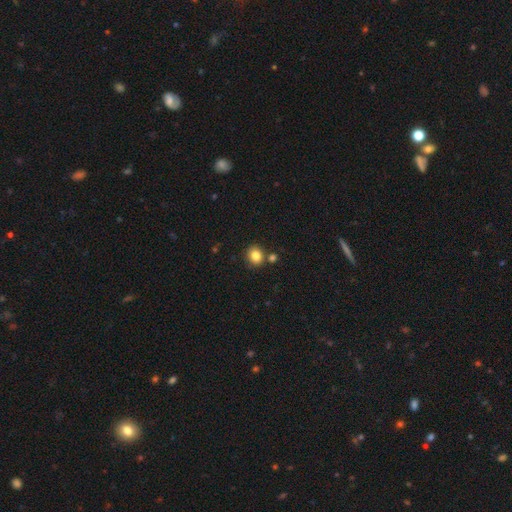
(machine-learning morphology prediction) type=smooth (83%); roundness=round (77%); merging=none (78%).